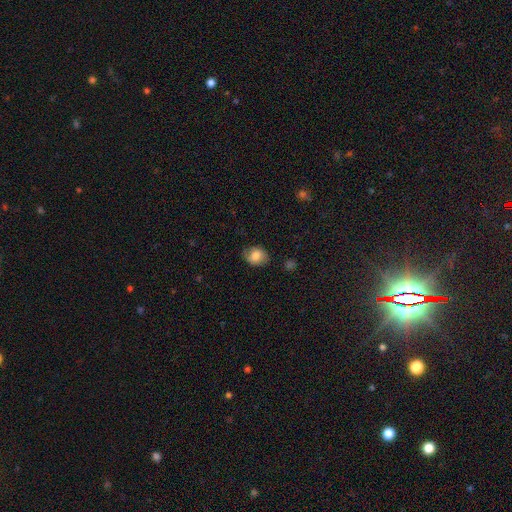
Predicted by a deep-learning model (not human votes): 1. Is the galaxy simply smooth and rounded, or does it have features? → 77% smooth, 14% featured or disk, 8% star or artifact.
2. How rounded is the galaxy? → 56% in between, 43% round, 1% cigar-shaped.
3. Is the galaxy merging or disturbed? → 72% none, 21% minor disturbance, 6% major disturbance, 2% merger.